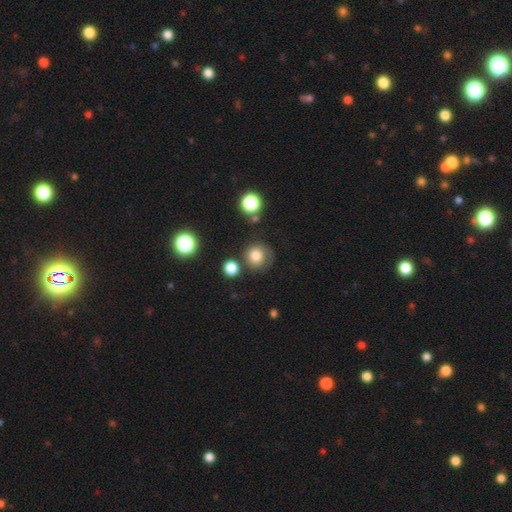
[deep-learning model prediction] Smooth or featured? smooth (76%)
How rounded? round (90%)
Merging? none (70%)